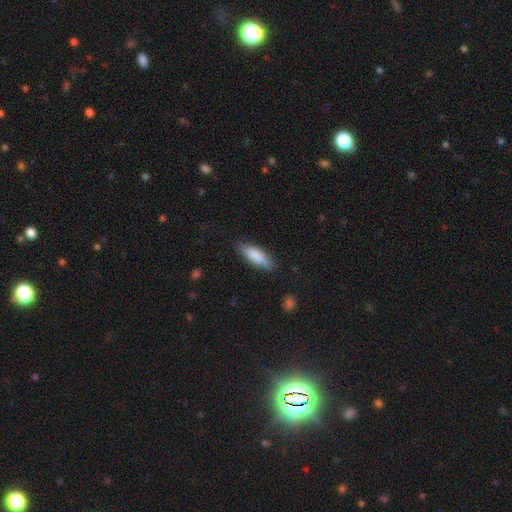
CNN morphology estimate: type=smooth (84%); roundness=in between (51%); merging=none (82%).